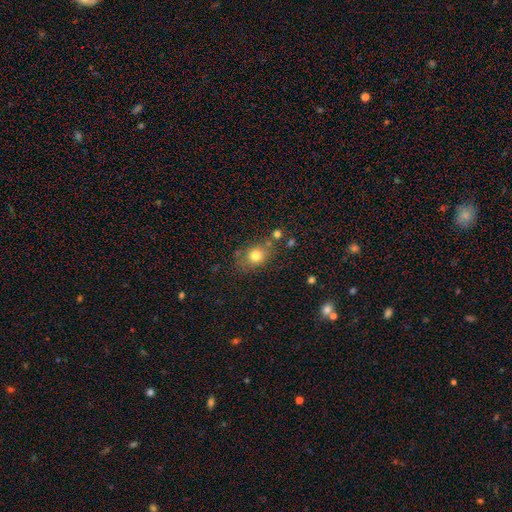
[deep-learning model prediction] Morphology: type=smooth (77%); roundness=round (54%); merging=none (69%).